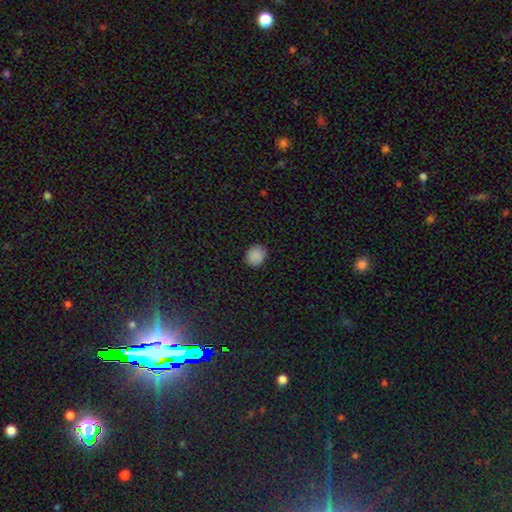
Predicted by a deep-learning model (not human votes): smooth_or_featured: smooth (p=0.88) [alt: star or artifact p=0.09]
how_rounded: round (p=0.74) [alt: in between p=0.25]
merging: none (p=0.89) [alt: minor disturbance p=0.08]